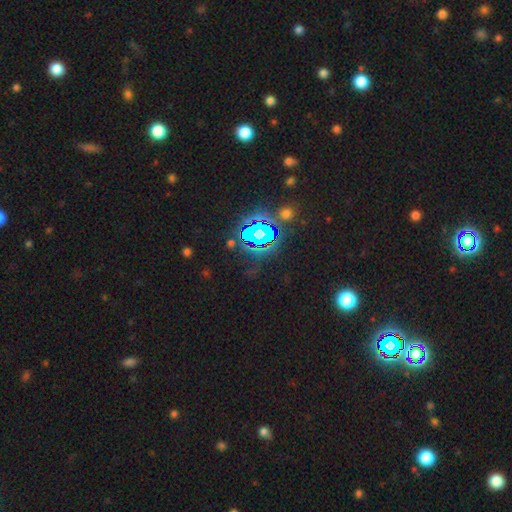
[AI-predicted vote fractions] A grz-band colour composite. It shows a star or artifact, not a galaxy (78%).